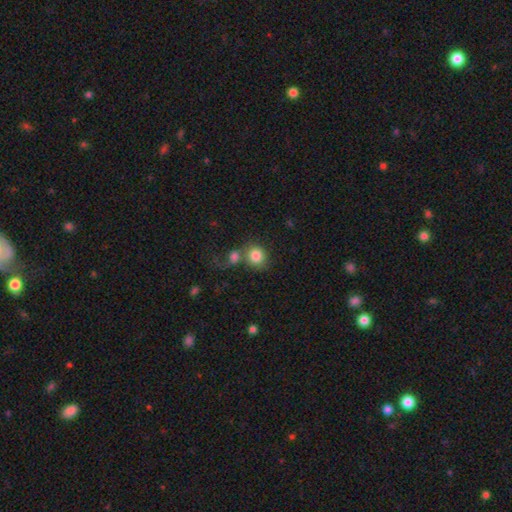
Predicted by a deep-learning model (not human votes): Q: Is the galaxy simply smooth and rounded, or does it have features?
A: smooth — 84%.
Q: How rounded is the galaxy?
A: round — 76%.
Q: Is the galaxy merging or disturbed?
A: none — 47%.